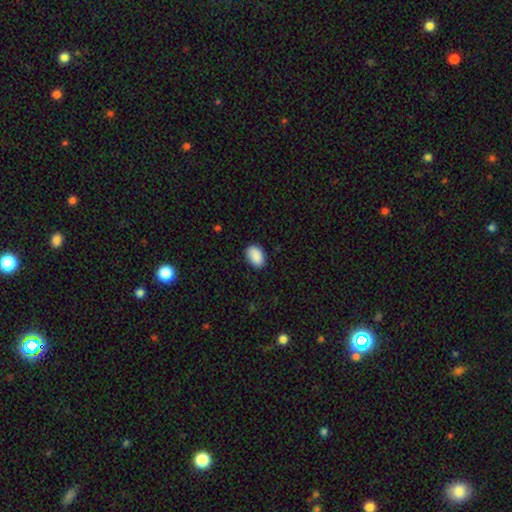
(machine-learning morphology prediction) Q: Smooth or featured?
A: smooth (90%); runner-up: star or artifact (7%)
Q: How rounded?
A: in between (85%); runner-up: round (14%)
Q: Merging?
A: none (85%); runner-up: minor disturbance (12%)